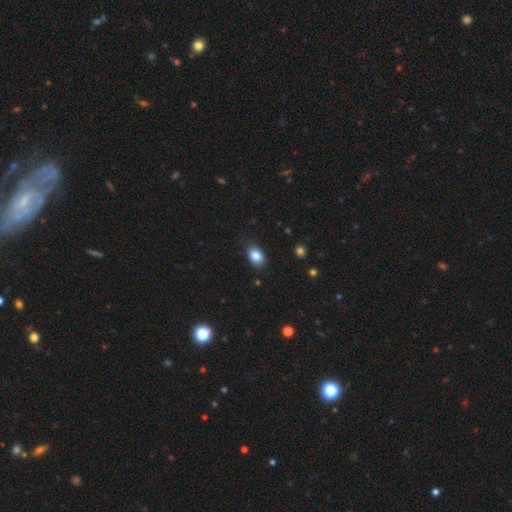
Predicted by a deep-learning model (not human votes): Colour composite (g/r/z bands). It shows a smooth galaxy with no disk features (85%) that is in between round and cigar-shaped (81%). Merging: none (82%).